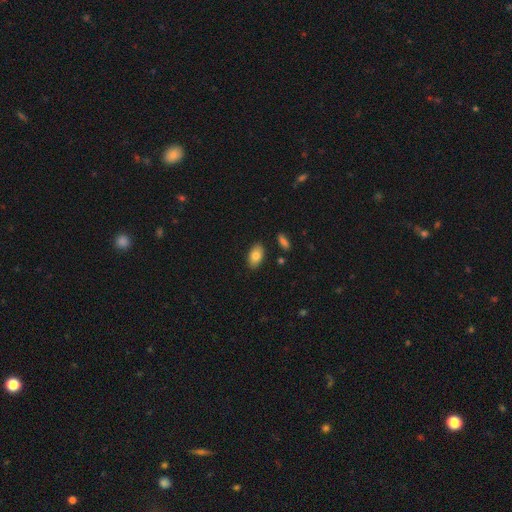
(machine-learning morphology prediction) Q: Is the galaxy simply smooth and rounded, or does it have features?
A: smooth — 81%.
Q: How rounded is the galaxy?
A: in between — 92%.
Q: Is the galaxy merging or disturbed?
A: none — 87%.